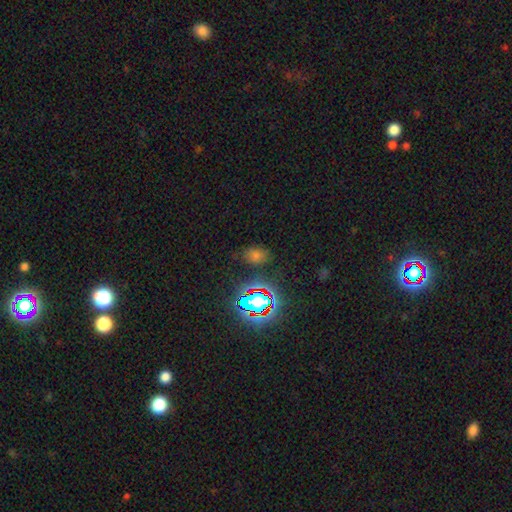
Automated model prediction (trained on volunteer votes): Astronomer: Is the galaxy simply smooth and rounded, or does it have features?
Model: smooth — 49% (runner-up: star or artifact, 42%).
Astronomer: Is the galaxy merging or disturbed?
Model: none — 79%.